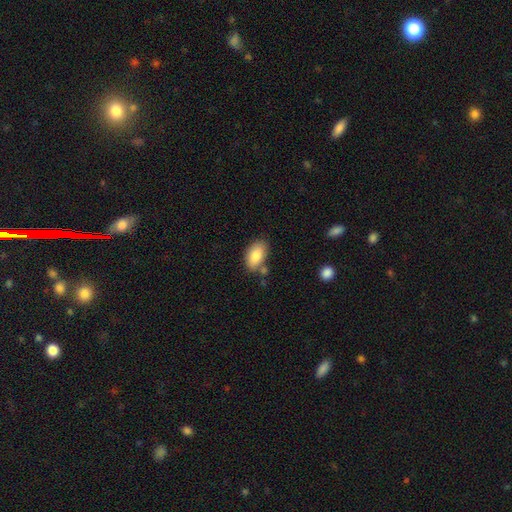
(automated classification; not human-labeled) smooth-or-featured: smooth: 85% | featured or disk: 9% | star or artifact: 7%
  how-rounded: in between: 94% | round: 4% | cigar-shaped: 2%
  merging: none: 70% | minor disturbance: 16% | merger: 9% | major disturbance: 4%